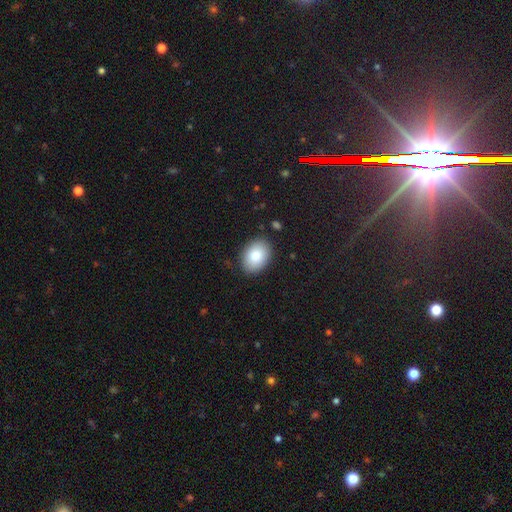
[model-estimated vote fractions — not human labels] smooth-or-featured: smooth: 83% | featured or disk: 10% | star or artifact: 7%
  how-rounded: in between: 79% | round: 20% | cigar-shaped: 1%
  merging: none: 87% | minor disturbance: 9% | major disturbance: 2% | merger: 1%